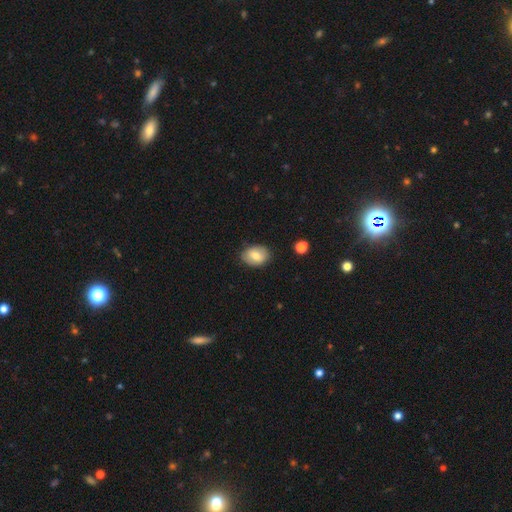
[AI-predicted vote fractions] A smooth galaxy with no disk features (78%) that is in between round and cigar-shaped (73%). Merging: none (82%).